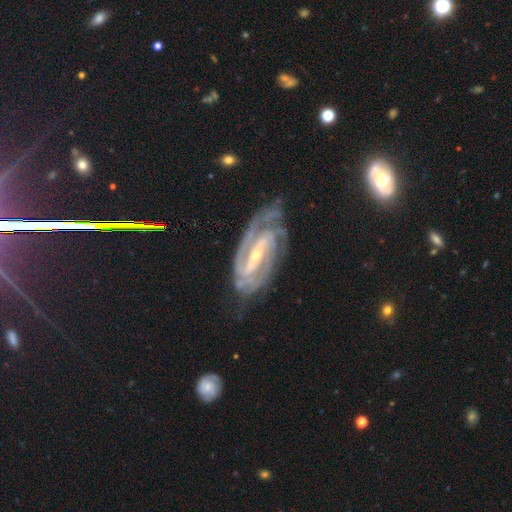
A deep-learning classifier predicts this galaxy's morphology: Overall: featured or disk (91%). Edge-on disk: no (95%). Bar: strong (57%; weak 29%). Spiral arms: yes (98%). Spiral arm count: 2 (53%; 3 17%). Spiral winding: tight (61%; medium 33%). Bulge size: small (71%). Merging: none (65%).